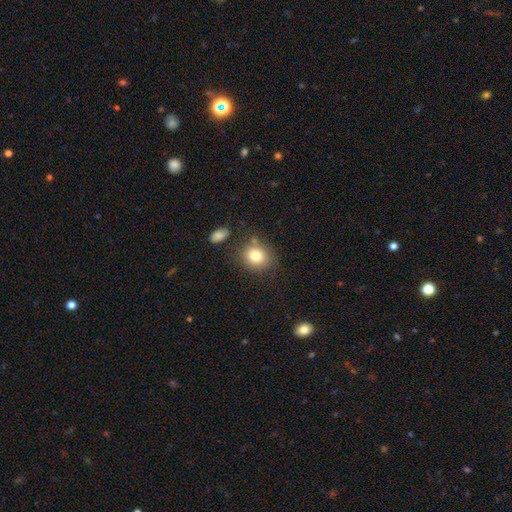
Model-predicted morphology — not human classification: Q: Smooth or featured?
A: smooth (80%); runner-up: featured or disk (10%)
Q: How rounded?
A: round (71%); runner-up: in between (28%)
Q: Merging?
A: none (73%); runner-up: minor disturbance (14%)